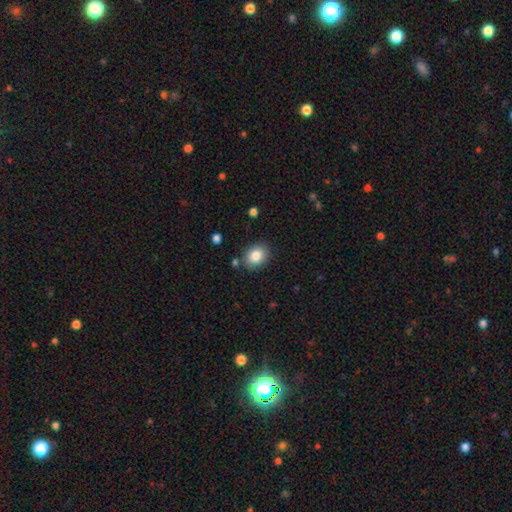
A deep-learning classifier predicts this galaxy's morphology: A smooth galaxy with no disk features (84%) that is in between round and cigar-shaped (54%).

Vote fractions:
- Smooth or featured? smooth: 84% / star or artifact: 9% / featured or disk: 7%
- How rounded? in between: 54% / round: 45% / cigar-shaped: 1%
- Merging? none: 84% / minor disturbance: 11% / merger: 3% / major disturbance: 3%